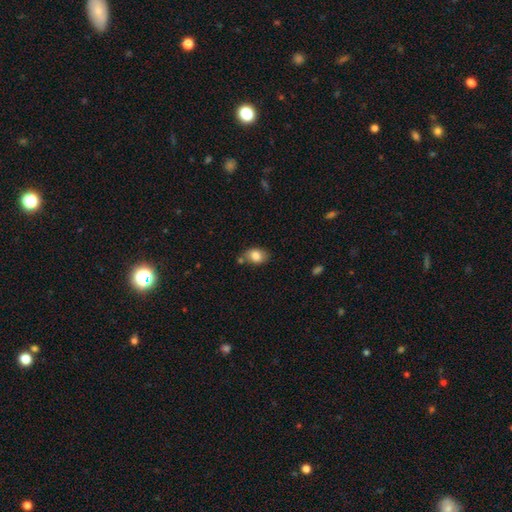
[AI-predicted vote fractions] Smooth or featured: smooth — 83% (featured or disk — 9%)
How rounded: in between — 75% (round — 24%)
Merging: none — 64% (minor disturbance — 19%)